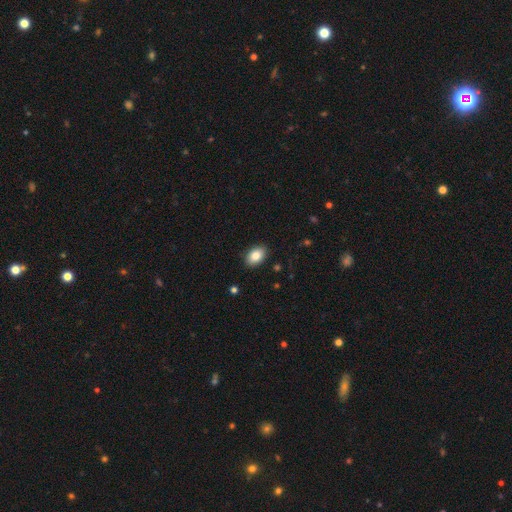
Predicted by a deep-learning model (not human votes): The model was most divided on "how rounded": in between: 87%, round: 12%, cigar-shaped: 1%. More confident: merging — none (89%); smooth or featured — smooth (84%).